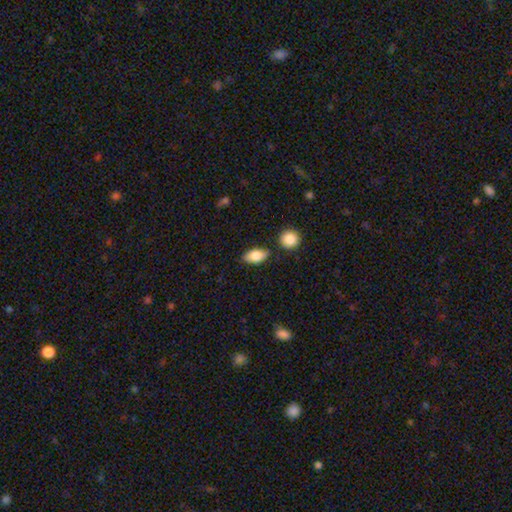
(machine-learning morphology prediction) Smooth or featured?
  - smooth: 82% *
  - featured or disk: 11%
  - star or artifact: 7%
How rounded?
  - in between: 89% *
  - round: 6%
  - cigar-shaped: 5%
Merging?
  - none: 80% *
  - minor disturbance: 12%
  - merger: 6%
  - major disturbance: 3%